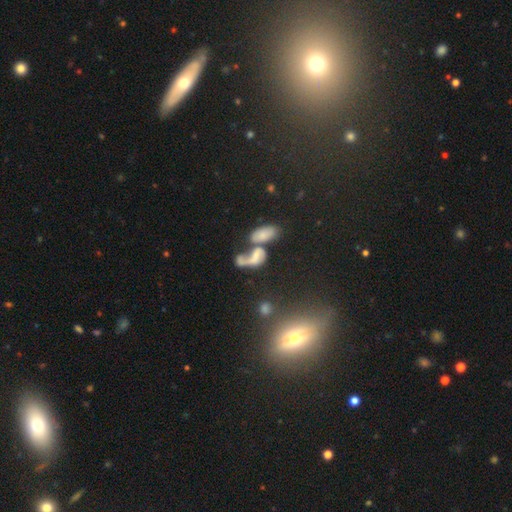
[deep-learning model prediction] smooth-or-featured: smooth: 41% | featured or disk: 40% | star or artifact: 20%
  merging: merger: 51% | none: 25% | major disturbance: 14% | minor disturbance: 11%